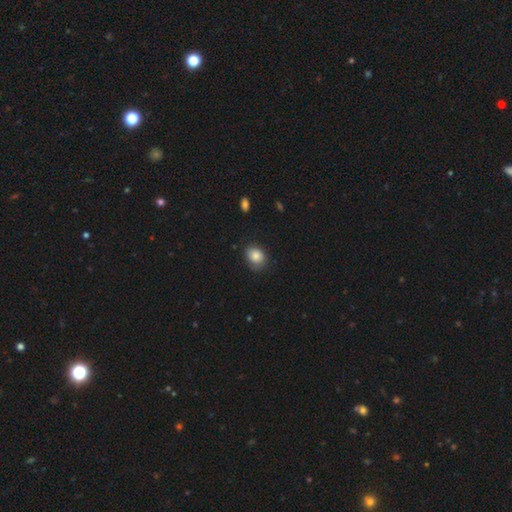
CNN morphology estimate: smooth_or_featured: smooth (p=0.82) [alt: featured or disk p=0.09]
how_rounded: in between (p=0.53) [alt: round p=0.46]
merging: none (p=0.70) [alt: minor disturbance p=0.23]